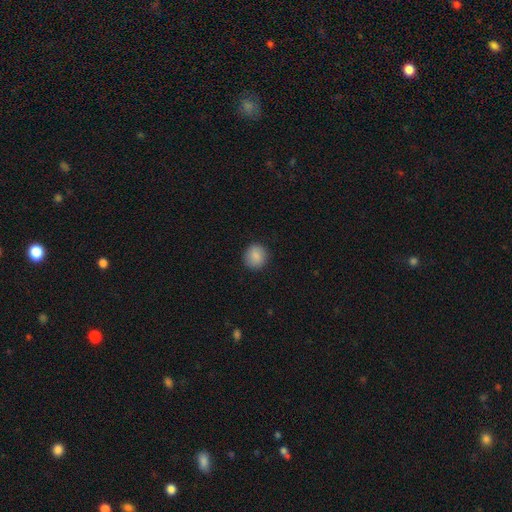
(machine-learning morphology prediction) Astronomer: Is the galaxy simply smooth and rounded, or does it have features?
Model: smooth — 87%.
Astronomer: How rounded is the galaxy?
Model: round — 87%.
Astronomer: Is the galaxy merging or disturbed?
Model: none — 89%.